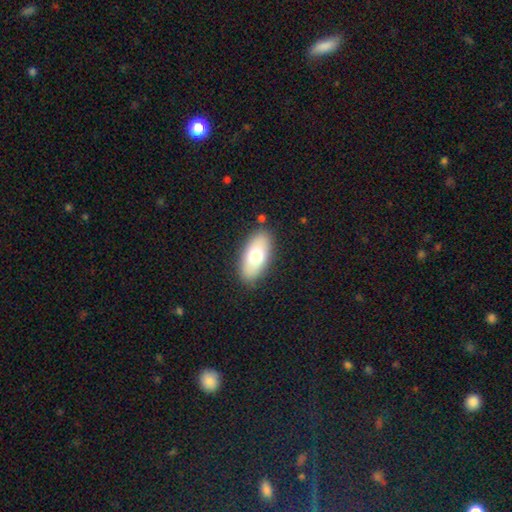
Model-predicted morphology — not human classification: smooth 68%, featured or disk 25%, star or artifact 7%. Down the decision tree: how rounded — in between (88%); merging — none (85%).